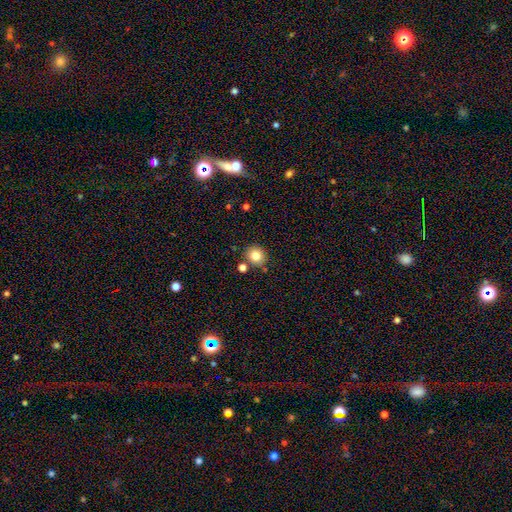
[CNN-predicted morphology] type=smooth (81%); roundness=round (88%); merging=none (80%).